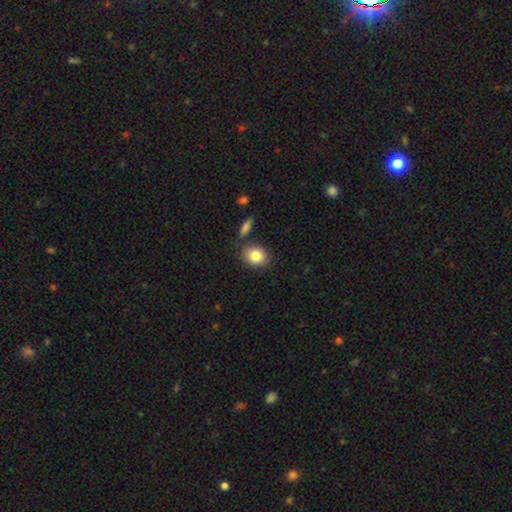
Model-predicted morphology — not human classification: Overall: smooth (83%). How rounded: round (52%; in between 46%). Merging: none (78%).